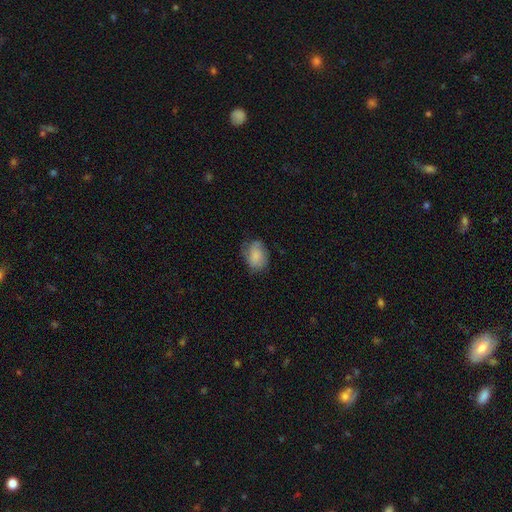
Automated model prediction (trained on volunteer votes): Morphology: type=smooth (75%); roundness=in between (68%); merging=none (61%).